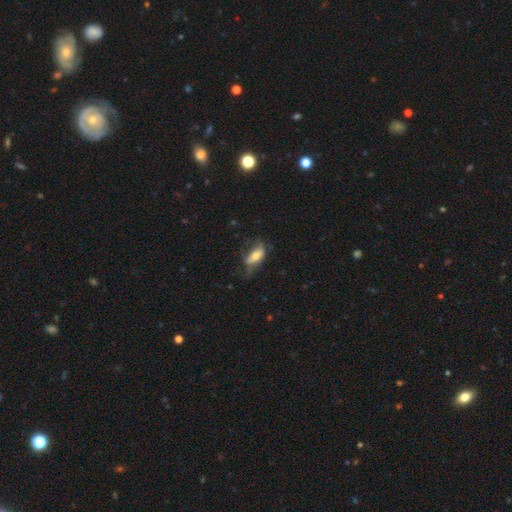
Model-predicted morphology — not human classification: smooth 59%, featured or disk 33%, star or artifact 8%. Down the decision tree: how rounded — in between (82%); merging — none (35%).